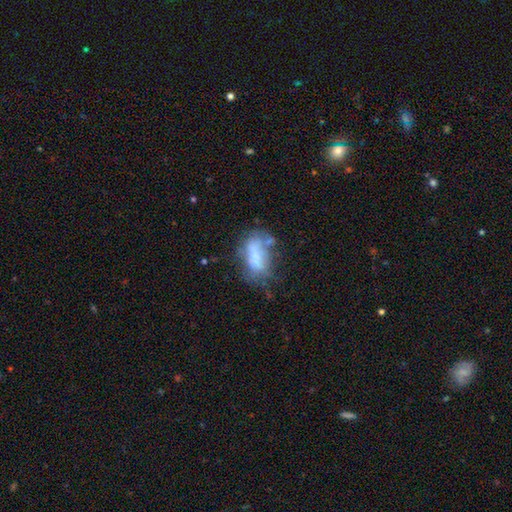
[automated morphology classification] This is possibly a smooth galaxy (53%). How rounded: clearly in between (87%). Merging: marginally none (33%).